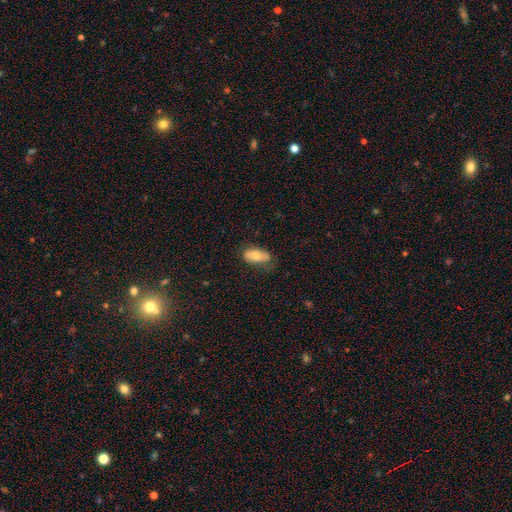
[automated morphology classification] A smooth galaxy with no disk features (73%) that is in between round and cigar-shaped (85%).

Vote fractions:
- Smooth or featured? smooth: 73% / featured or disk: 20% / star or artifact: 7%
- How rounded? in between: 85% / cigar-shaped: 12% / round: 3%
- Merging? none: 67% / minor disturbance: 24% / major disturbance: 7% / merger: 2%